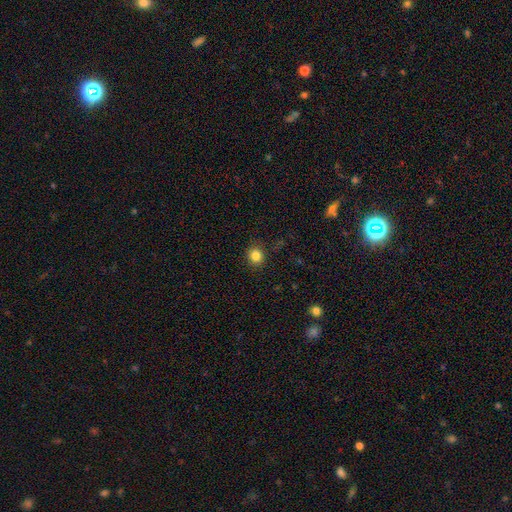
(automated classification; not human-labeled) A smooth galaxy with no disk features (84%) that is round (84%).

Vote fractions:
- Smooth or featured? smooth: 84% / star or artifact: 11% / featured or disk: 5%
- How rounded? round: 84% / in between: 15% / cigar-shaped: 1%
- Merging? none: 88% / minor disturbance: 8% / major disturbance: 3% / merger: 1%